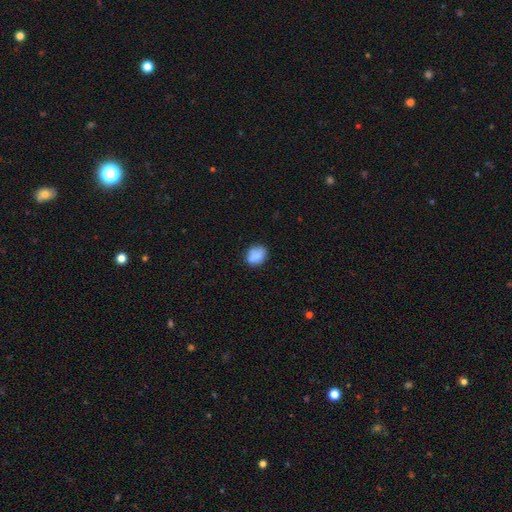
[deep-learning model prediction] smooth 85%, star or artifact 8%, featured or disk 7%. Down the decision tree: how rounded — in between (55%); merging — none (78%).